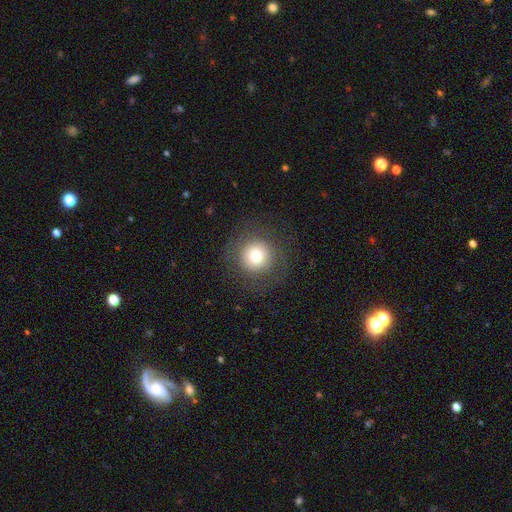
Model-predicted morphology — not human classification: smooth_or_featured: smooth (p=0.73) [alt: featured or disk p=0.15]
how_rounded: round (p=0.95) [alt: in between p=0.04]
merging: none (p=0.84) [alt: minor disturbance p=0.09]